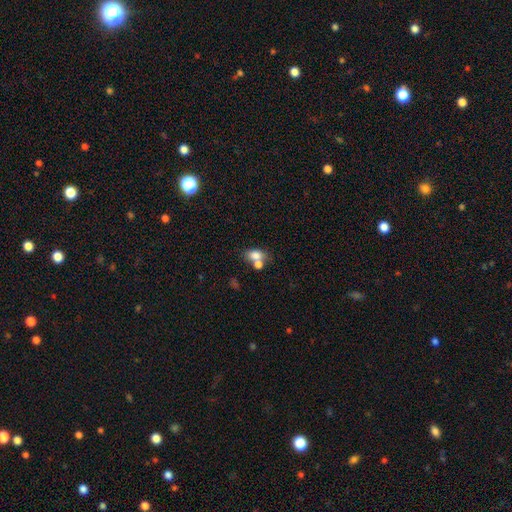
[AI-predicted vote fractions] Smooth or featured: smooth — 77% (featured or disk — 13%)
How rounded: in between — 77% (round — 21%)
Merging: merger — 46% (none — 38%)